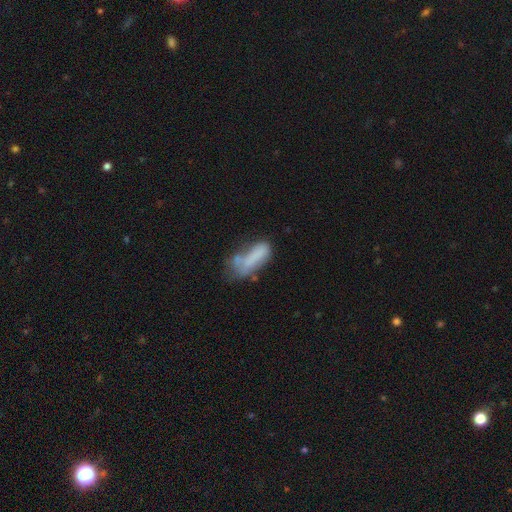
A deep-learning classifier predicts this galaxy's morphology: smooth_or_featured: smooth (p=0.62) [alt: featured or disk p=0.27]
how_rounded: in between (p=0.67) [alt: cigar-shaped p=0.31]
merging: major disturbance (p=0.31) [alt: minor disturbance p=0.25]